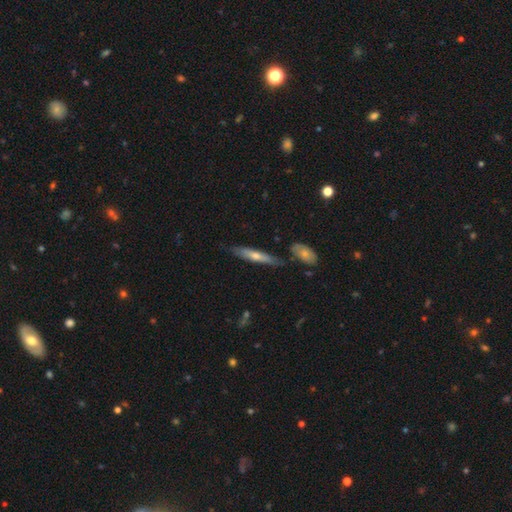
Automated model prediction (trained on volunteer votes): smooth-or-featured: featured or disk: 51% | smooth: 43% | star or artifact: 6%
  disk-edge-on: yes: 83% | no: 17%
  merging: none: 78% | minor disturbance: 13% | merger: 6% | major disturbance: 3%